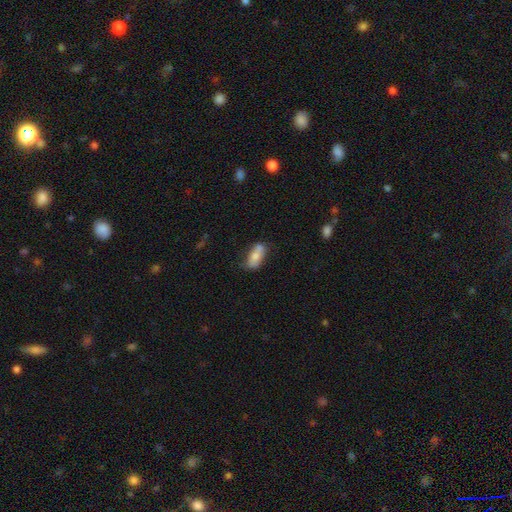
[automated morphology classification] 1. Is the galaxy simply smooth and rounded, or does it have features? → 69% smooth, 23% featured or disk, 7% star or artifact.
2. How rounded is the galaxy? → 81% in between, 16% cigar-shaped, 4% round.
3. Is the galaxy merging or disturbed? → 55% none, 23% minor disturbance, 15% merger, 6% major disturbance.